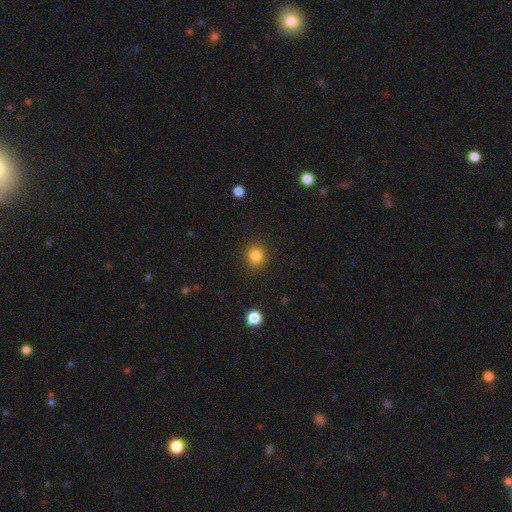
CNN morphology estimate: A smooth galaxy with no disk features (84%) that is round (85%). Merging: none (90%).